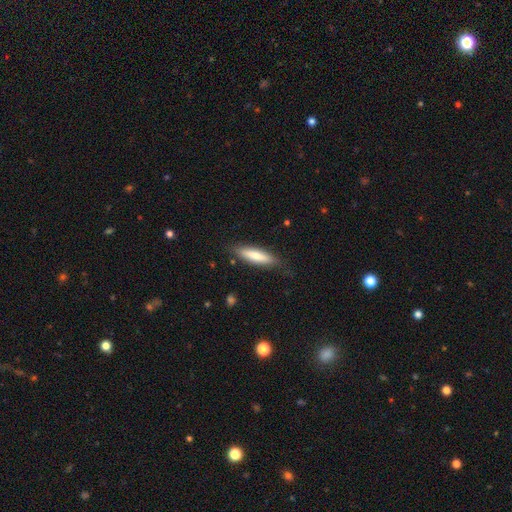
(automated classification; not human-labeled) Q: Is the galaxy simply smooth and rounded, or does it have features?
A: smooth — 73%.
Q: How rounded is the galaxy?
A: cigar-shaped — 69%.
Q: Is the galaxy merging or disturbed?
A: none — 81%.